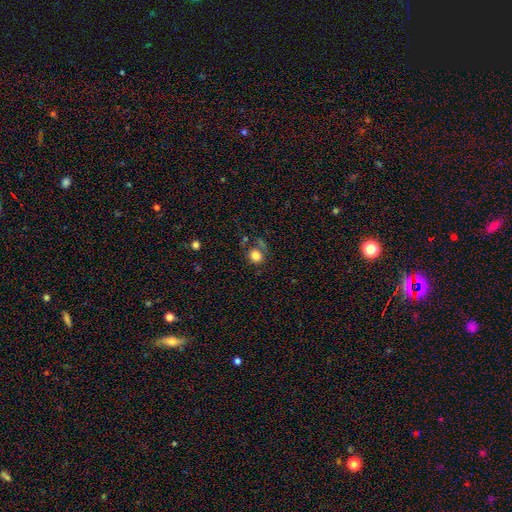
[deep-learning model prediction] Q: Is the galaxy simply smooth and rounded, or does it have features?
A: smooth — 81%.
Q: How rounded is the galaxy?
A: round — 81%.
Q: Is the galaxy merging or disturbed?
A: none — 69%.